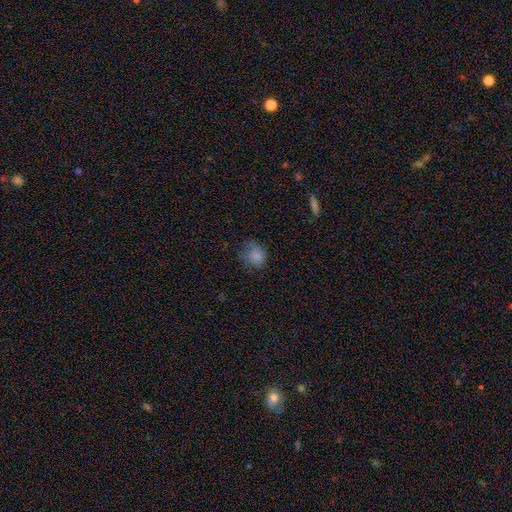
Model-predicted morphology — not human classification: Smooth or featured?
  - smooth: 78% *
  - star or artifact: 12%
  - featured or disk: 10%
How rounded?
  - round: 63% *
  - in between: 36%
  - cigar-shaped: 1%
Merging?
  - none: 45% *
  - minor disturbance: 31%
  - major disturbance: 22%
  - merger: 2%